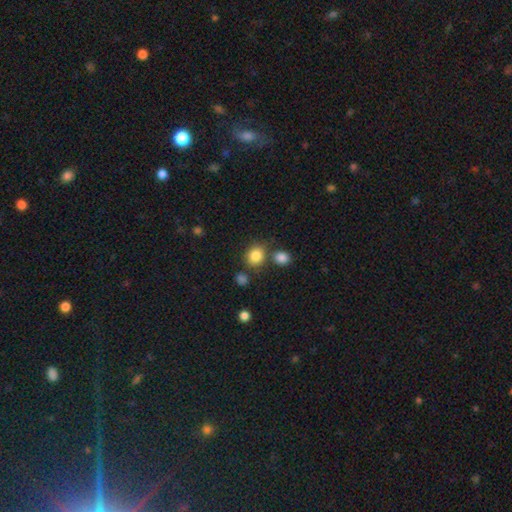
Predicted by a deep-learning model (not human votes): Morphology: type=smooth (84%); roundness=round (74%); merging=none (69%).